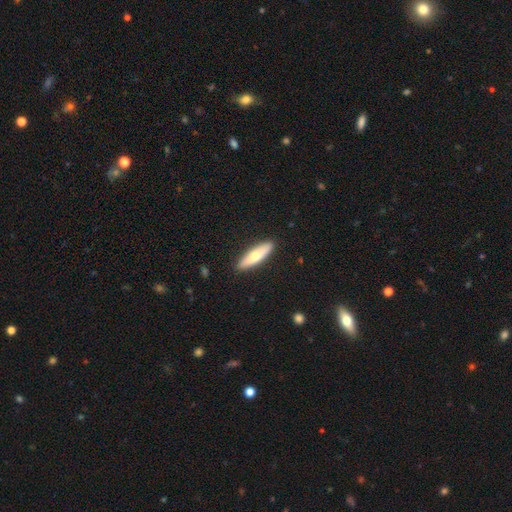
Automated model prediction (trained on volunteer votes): Smooth or featured: smooth — 66% (featured or disk — 29%)
How rounded: cigar-shaped — 67% (in between — 31%)
Merging: none — 91% (minor disturbance — 7%)